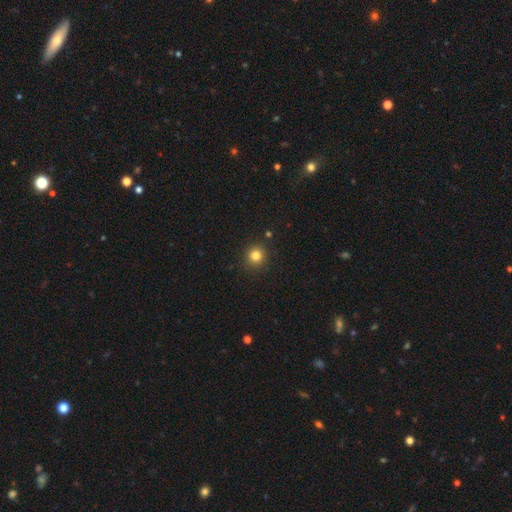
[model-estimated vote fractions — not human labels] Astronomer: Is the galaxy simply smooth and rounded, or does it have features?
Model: smooth — 82%.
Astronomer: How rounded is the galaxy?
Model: round — 92%.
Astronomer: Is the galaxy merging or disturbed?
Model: none — 90%.